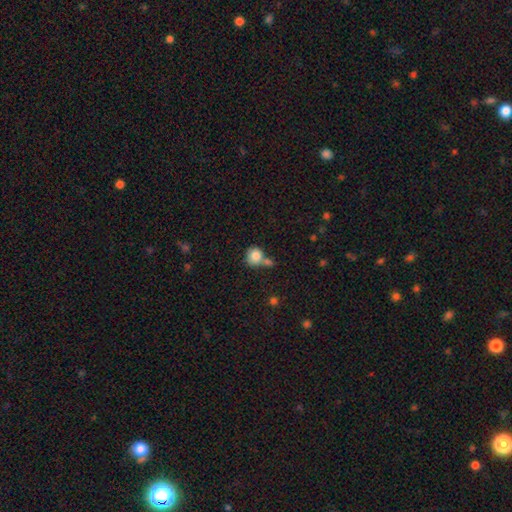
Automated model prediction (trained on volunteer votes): Smooth or featured?
  - smooth: 83% *
  - star or artifact: 9%
  - featured or disk: 8%
How rounded?
  - round: 85% *
  - in between: 14%
  - cigar-shaped: 1%
Merging?
  - none: 48% *
  - merger: 35%
  - minor disturbance: 12%
  - major disturbance: 5%